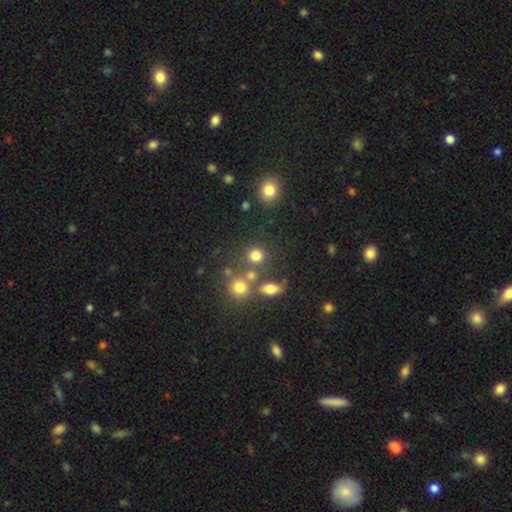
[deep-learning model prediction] The model was most divided on "merging": none: 65%, merger: 19%, minor disturbance: 10%, major disturbance: 6%. More confident: how rounded — round (84%); smooth or featured — smooth (77%).